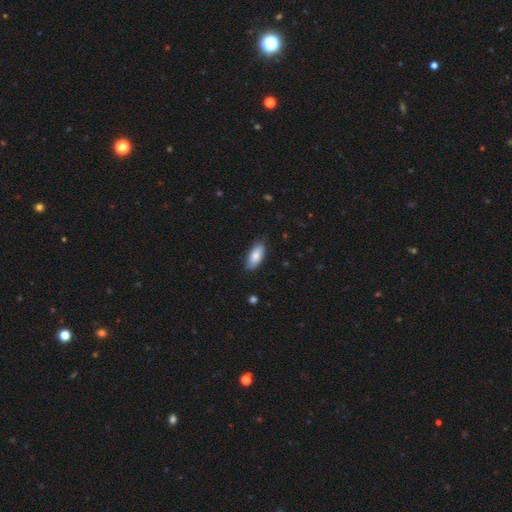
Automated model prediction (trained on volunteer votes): This is clearly a smooth galaxy (85%). How rounded: clearly in between (87%). Merging: clearly none (81%).